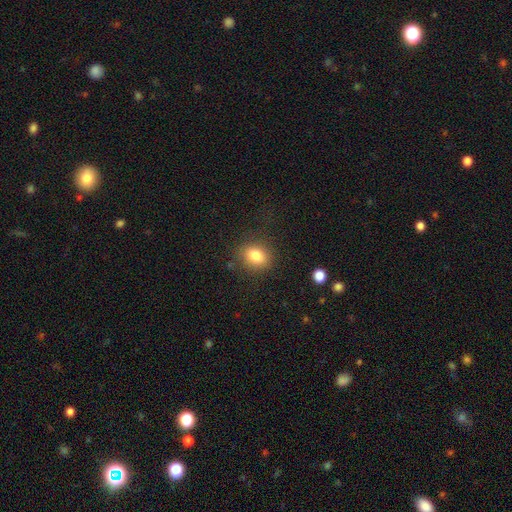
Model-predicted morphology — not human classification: Q: Smooth or featured?
A: smooth (82%); runner-up: star or artifact (10%)
Q: How rounded?
A: in between (53%); runner-up: round (46%)
Q: Merging?
A: none (83%); runner-up: minor disturbance (11%)